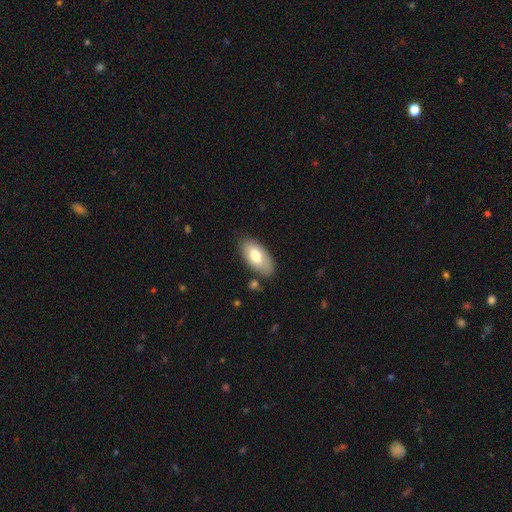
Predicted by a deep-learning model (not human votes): Smooth or featured? Predicted: smooth (p=0.73). How rounded? Predicted: in between (p=0.93). Merging? Predicted: none (p=0.77).